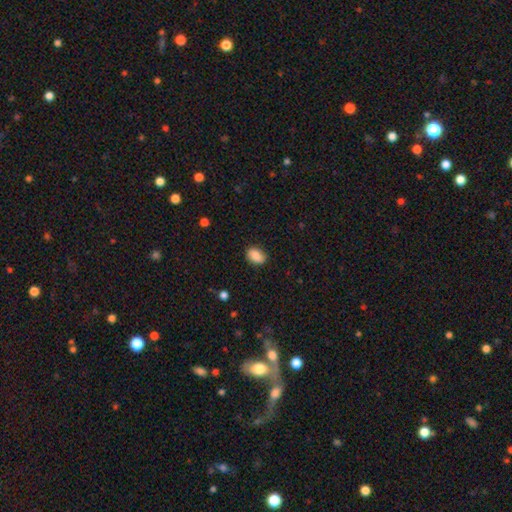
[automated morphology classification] Smooth or featured? smooth (87%)
How rounded? in between (81%)
Merging? none (84%)